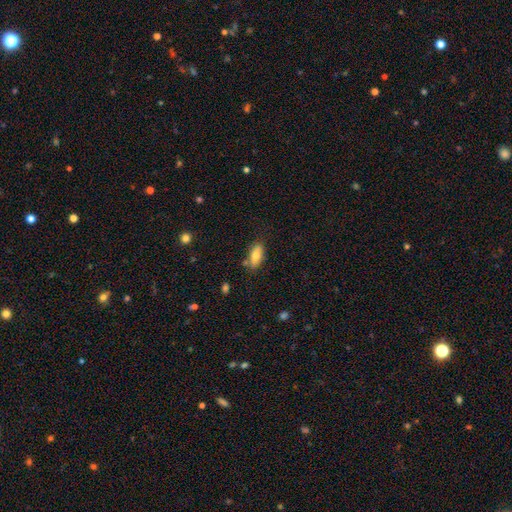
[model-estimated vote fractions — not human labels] Smooth or featured: smooth — 73% (featured or disk — 20%)
How rounded: in between — 81% (cigar-shaped — 16%)
Merging: none — 75% (minor disturbance — 16%)